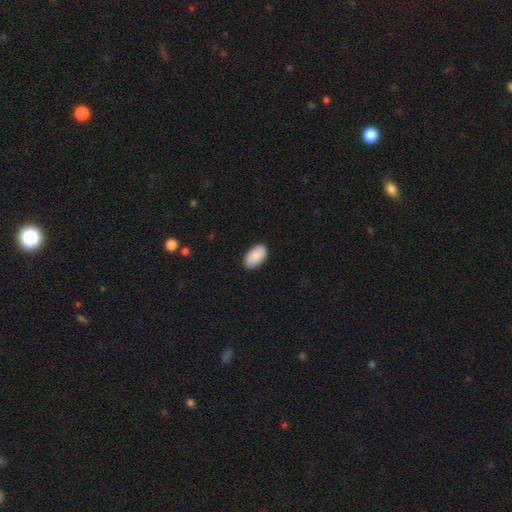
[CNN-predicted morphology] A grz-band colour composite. It shows a smooth galaxy with no disk features (91%) that is in between round and cigar-shaped (96%). Merging: none (88%).